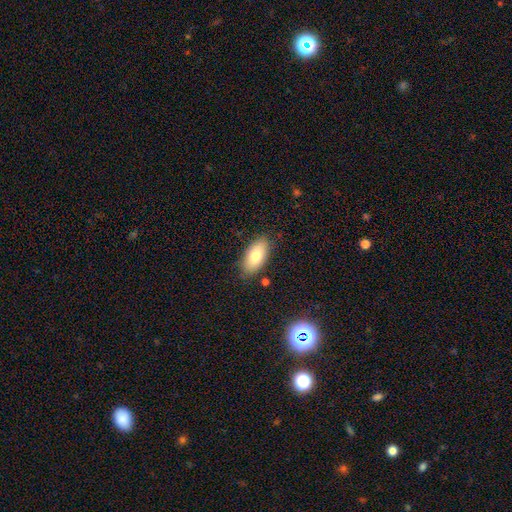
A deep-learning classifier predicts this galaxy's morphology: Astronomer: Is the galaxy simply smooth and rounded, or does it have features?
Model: smooth — 80%.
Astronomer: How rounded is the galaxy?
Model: in between — 90%.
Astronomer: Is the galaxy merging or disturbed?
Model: none — 82%.